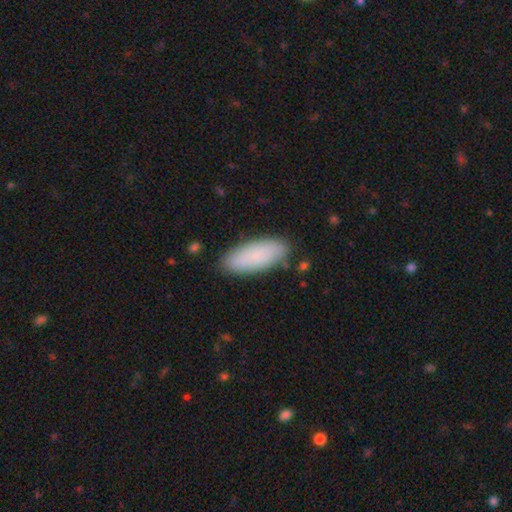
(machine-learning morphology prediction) Q: Smooth or featured?
A: smooth (84%); runner-up: featured or disk (10%)
Q: How rounded?
A: in between (75%); runner-up: cigar-shaped (23%)
Q: Merging?
A: none (85%); runner-up: minor disturbance (11%)